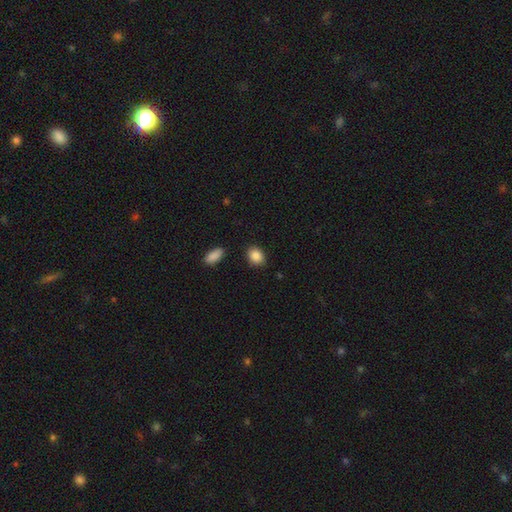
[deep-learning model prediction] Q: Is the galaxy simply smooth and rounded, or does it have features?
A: smooth — 88%.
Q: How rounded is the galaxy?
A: in between — 53%.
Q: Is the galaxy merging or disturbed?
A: none — 85%.